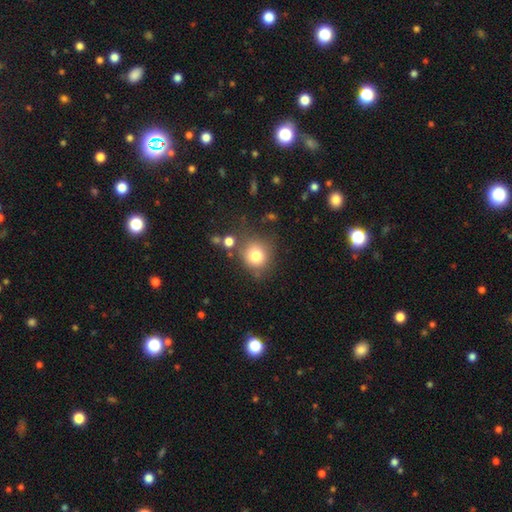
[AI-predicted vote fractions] smooth_or_featured: smooth (p=0.78) [alt: star or artifact p=0.12]
how_rounded: round (p=0.87) [alt: in between p=0.12]
merging: none (p=0.72) [alt: minor disturbance p=0.14]